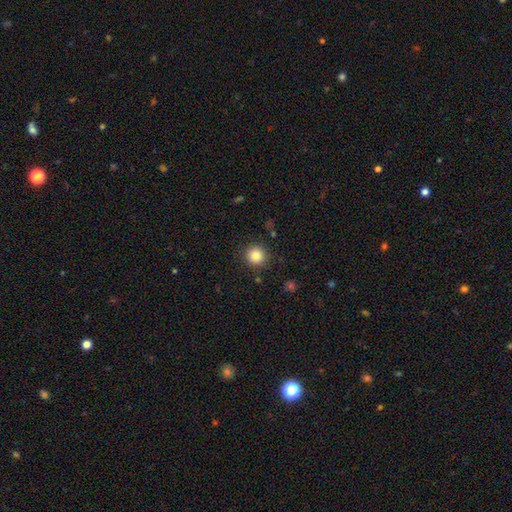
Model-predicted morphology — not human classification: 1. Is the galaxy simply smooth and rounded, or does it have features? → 84% smooth, 10% star or artifact, 5% featured or disk.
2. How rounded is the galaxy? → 94% round, 5% in between, 1% cigar-shaped.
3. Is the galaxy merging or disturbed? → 89% none, 7% minor disturbance, 2% major disturbance, 1% merger.